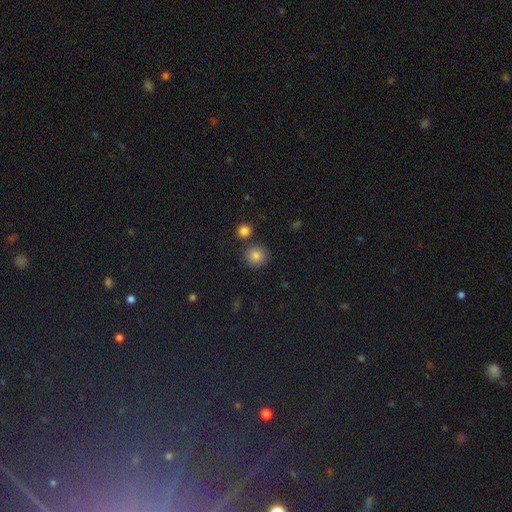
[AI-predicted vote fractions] The model was most divided on "smooth or featured": smooth: 82%, star or artifact: 11%, featured or disk: 6%. More confident: how rounded — round (91%); merging — none (83%).